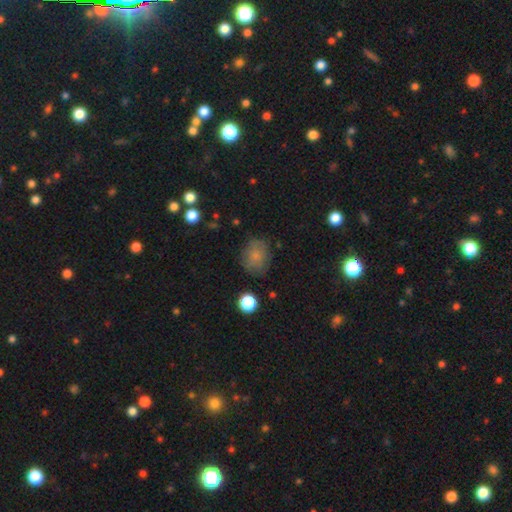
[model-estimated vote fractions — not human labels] Smooth or featured?
  - smooth: 75% *
  - featured or disk: 14%
  - star or artifact: 11%
How rounded?
  - round: 57% *
  - in between: 42%
  - cigar-shaped: 1%
Merging?
  - none: 73% *
  - minor disturbance: 19%
  - major disturbance: 6%
  - merger: 2%